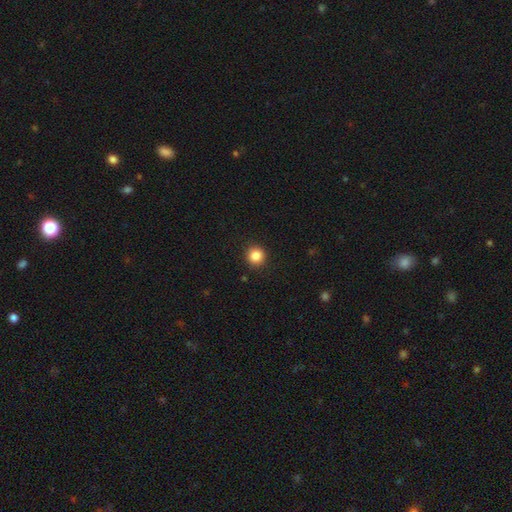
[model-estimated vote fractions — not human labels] A smooth galaxy with no disk features (86%) that is round (93%).

Vote fractions:
- Smooth or featured? smooth: 86% / star or artifact: 10% / featured or disk: 4%
- How rounded? round: 93% / in between: 6% / cigar-shaped: 1%
- Merging? none: 92% / minor disturbance: 6% / major disturbance: 2% / merger: 1%